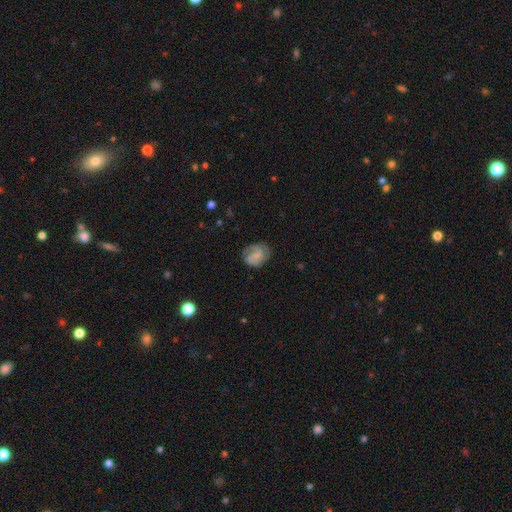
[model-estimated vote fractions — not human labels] smooth_or_featured: featured or disk (p=0.56) [alt: smooth p=0.36]
disk_edge_on: no (p=0.97) [alt: yes p=0.03]
bar: weak (p=0.46) [alt: no p=0.39]
has_spiral_arms: yes (p=0.87) [alt: no p=0.13]
bulge_size: small (p=0.41) [alt: none p=0.38]
merging: none (p=0.69) [alt: minor disturbance p=0.21]